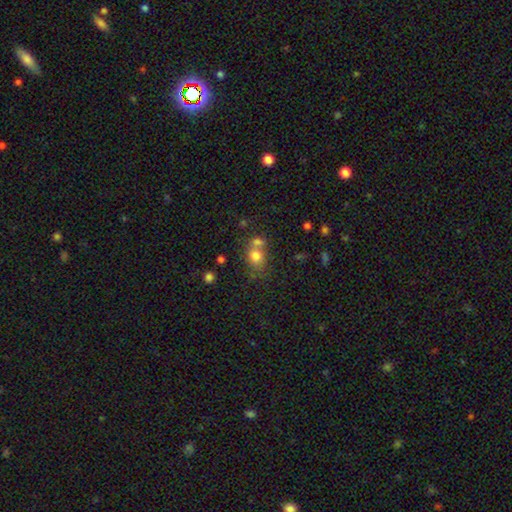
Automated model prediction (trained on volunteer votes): Morphology: type=smooth (77%); roundness=round (59%); merging=merger (46%).